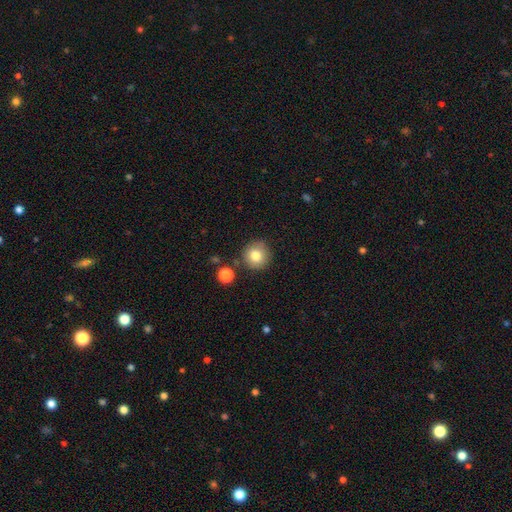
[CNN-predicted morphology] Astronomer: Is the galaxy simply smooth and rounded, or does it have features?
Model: smooth — 80%.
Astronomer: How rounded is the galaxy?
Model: round — 92%.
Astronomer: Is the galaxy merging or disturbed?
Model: none — 84%.